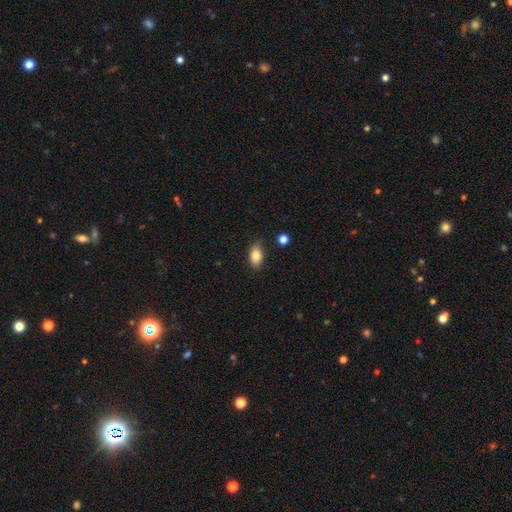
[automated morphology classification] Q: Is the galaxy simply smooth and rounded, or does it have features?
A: smooth — 83%.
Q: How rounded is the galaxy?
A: in between — 89%.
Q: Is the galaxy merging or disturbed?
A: none — 82%.